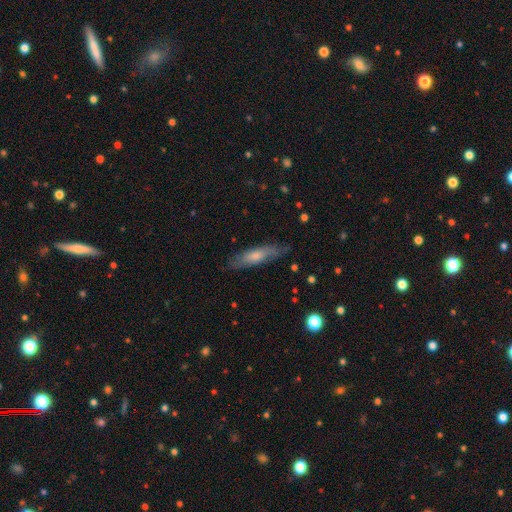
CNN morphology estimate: Smooth or featured: smooth — 56% (featured or disk — 37%)
How rounded: cigar-shaped — 68% (in between — 30%)
Merging: none — 76% (minor disturbance — 18%)